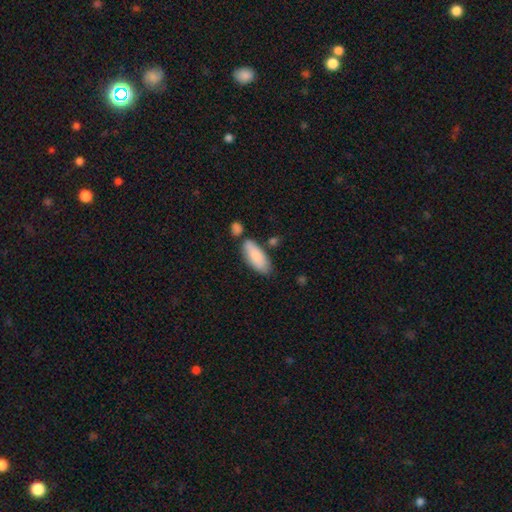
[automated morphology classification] type=smooth (84%); roundness=in between (82%); merging=none (68%).